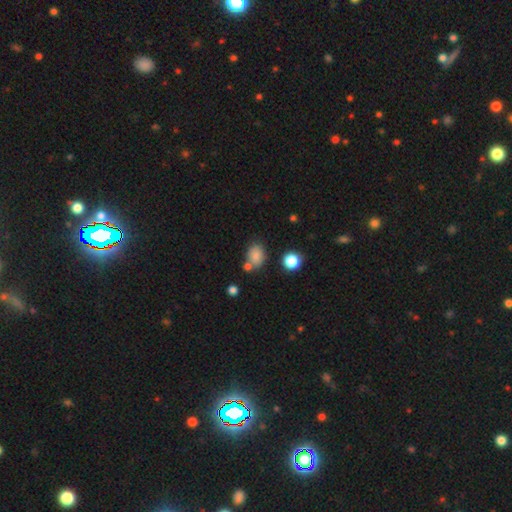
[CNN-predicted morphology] Overall: smooth (82%). How rounded: in between (64%; round 35%). Merging: none (65%).